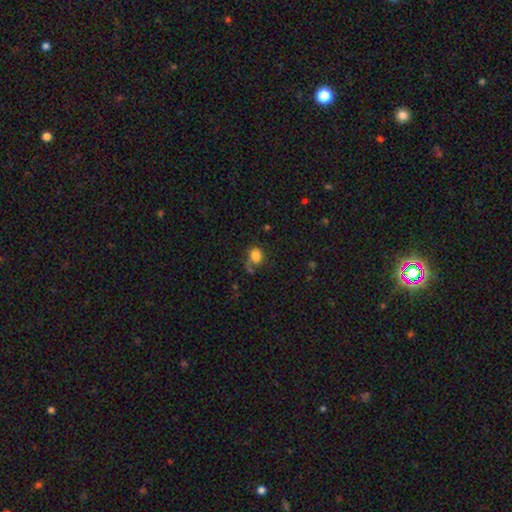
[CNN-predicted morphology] Smooth or featured?
  - smooth: 82% *
  - star or artifact: 10%
  - featured or disk: 8%
How rounded?
  - round: 52% *
  - in between: 47%
  - cigar-shaped: 1%
Merging?
  - none: 53% *
  - minor disturbance: 23%
  - major disturbance: 13%
  - merger: 10%